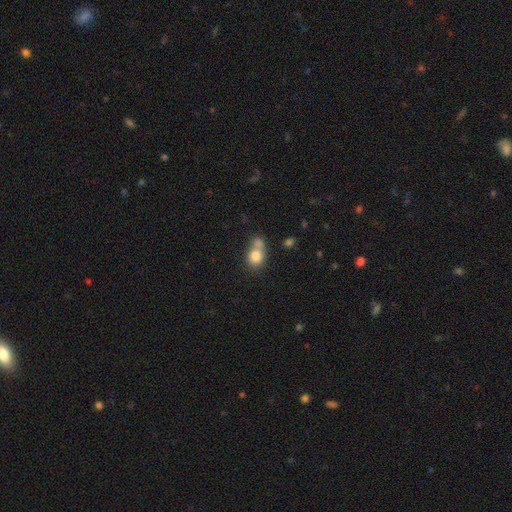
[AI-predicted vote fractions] Overall: smooth (80%). How rounded: round (63%; in between 36%). Merging: merger (51%; none 34%).